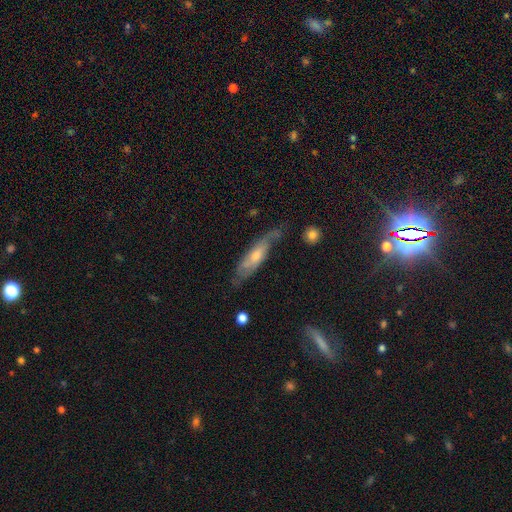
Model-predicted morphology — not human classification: smooth-or-featured: featured or disk: 60% | smooth: 33% | star or artifact: 7%
  disk-edge-on: no: 54% | yes: 46%
  merging: none: 61% | minor disturbance: 27% | major disturbance: 10% | merger: 3%